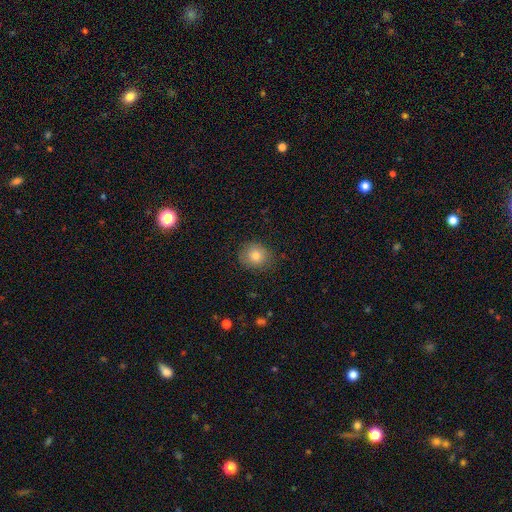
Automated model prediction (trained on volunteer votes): Overall: smooth (79%). How rounded: round (79%). Merging: none (82%).